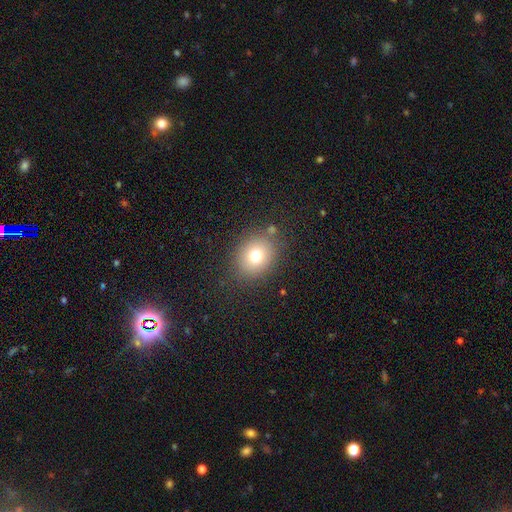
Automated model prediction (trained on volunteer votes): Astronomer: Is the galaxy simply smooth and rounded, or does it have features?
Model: smooth — 74%.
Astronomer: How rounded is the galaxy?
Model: round — 62%.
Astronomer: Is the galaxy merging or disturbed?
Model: none — 82%.